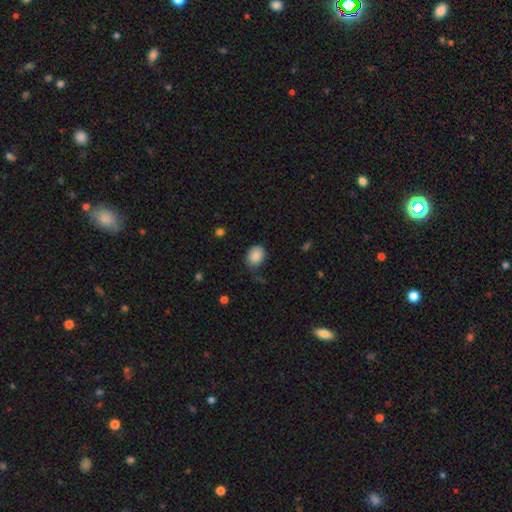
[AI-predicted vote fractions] Smooth or featured? smooth (88%)
How rounded? in between (58%)
Merging? none (76%)